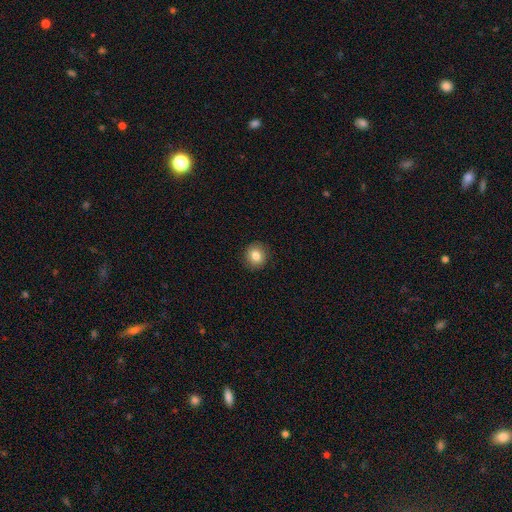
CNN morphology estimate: Smooth or featured: smooth — 82% (star or artifact — 10%)
How rounded: round — 86% (in between — 13%)
Merging: none — 91% (minor disturbance — 6%)